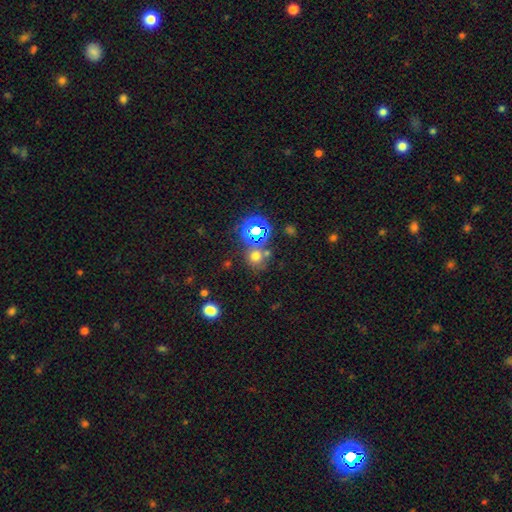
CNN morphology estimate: Q: Smooth or featured?
A: smooth (59%); runner-up: star or artifact (32%)
Q: How rounded?
A: round (83%); runner-up: in between (16%)
Q: Merging?
A: none (68%); runner-up: merger (18%)